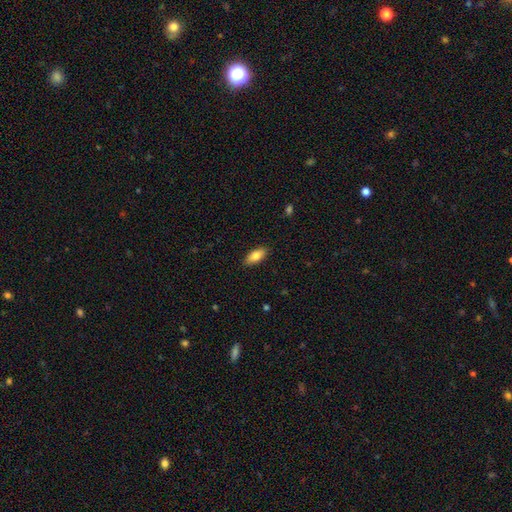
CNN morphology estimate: Smooth or featured: smooth — 82% (featured or disk — 12%)
How rounded: in between — 84% (cigar-shaped — 13%)
Merging: none — 87% (minor disturbance — 10%)